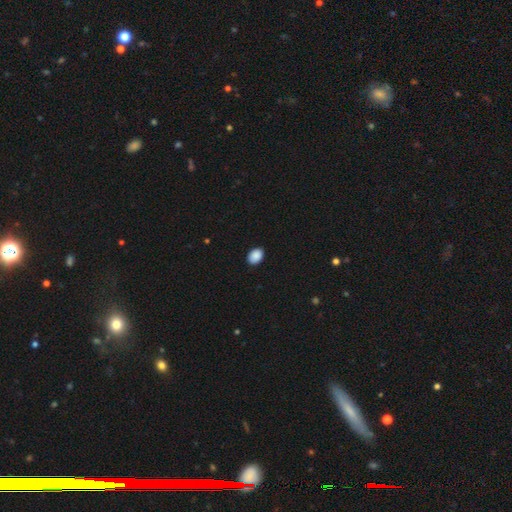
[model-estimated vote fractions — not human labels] Smooth or featured? smooth (90%)
How rounded? in between (77%)
Merging? none (90%)